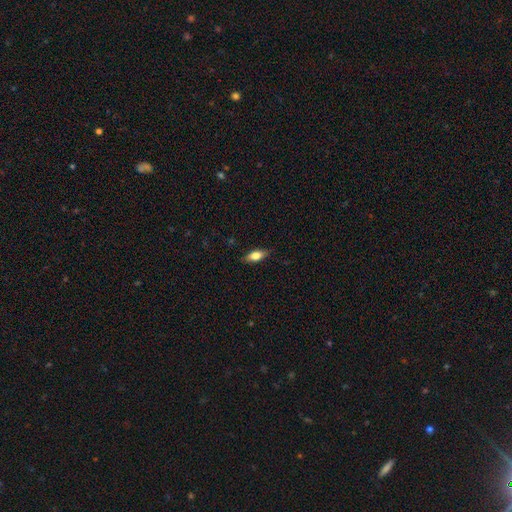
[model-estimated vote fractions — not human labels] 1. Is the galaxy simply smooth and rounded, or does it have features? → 70% smooth, 22% featured or disk, 7% star or artifact.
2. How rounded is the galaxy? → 77% in between, 19% cigar-shaped, 4% round.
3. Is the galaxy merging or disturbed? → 85% none, 12% minor disturbance, 2% major disturbance, 1% merger.